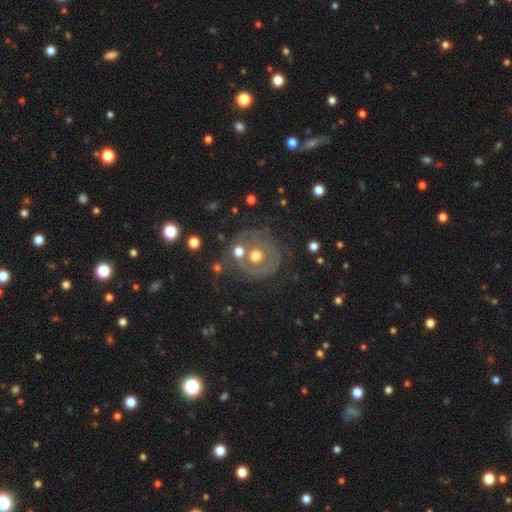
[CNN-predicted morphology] Smooth or featured: featured or disk — 61% (smooth — 29%)
Edge-on disk: no — 97% (yes — 3%)
Bar: no — 89% (weak — 8%)
Spiral arms: no — 60% (yes — 40%)
Bulge size: moderate — 71% (large — 15%)
Merging: none — 58% (minor disturbance — 17%)